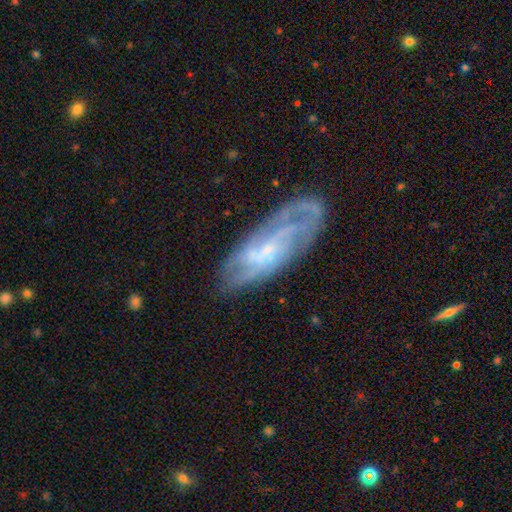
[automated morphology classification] Smooth or featured: featured or disk — 72% (smooth — 19%)
Edge-on disk: no — 85% (yes — 15%)
Bar: no — 48% (weak — 39%)
Spiral arms: yes — 84% (no — 16%)
Spiral winding: medium — 40% (tight — 39%)
Spiral arm count: can't tell — 39% (2 — 35%)
Bulge size: small — 50% (moderate — 26%)
Merging: none — 72% (minor disturbance — 18%)